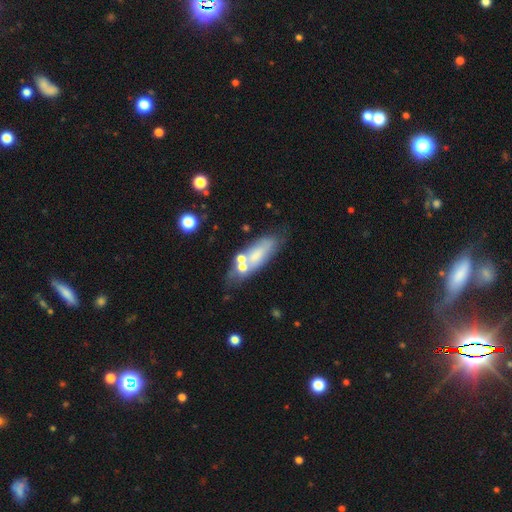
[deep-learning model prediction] Overall: smooth (57%; featured or disk 34%). How rounded: in between (65%; cigar-shaped 32%). Merging: none (52%; minor disturbance 21%).